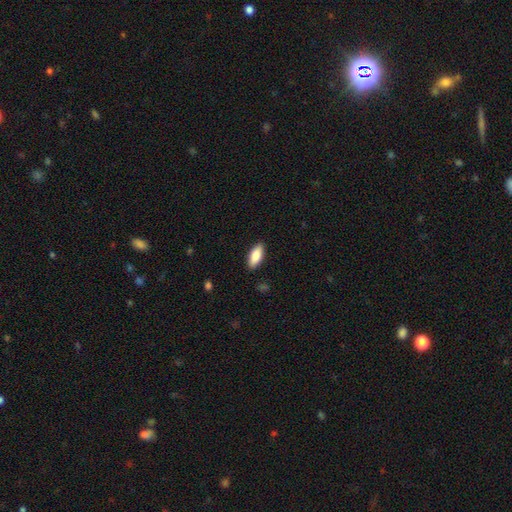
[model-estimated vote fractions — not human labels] This appears to be a smooth galaxy with no disk features (85%) that is in between round and cigar-shaped (81%). Merging: none (89%).